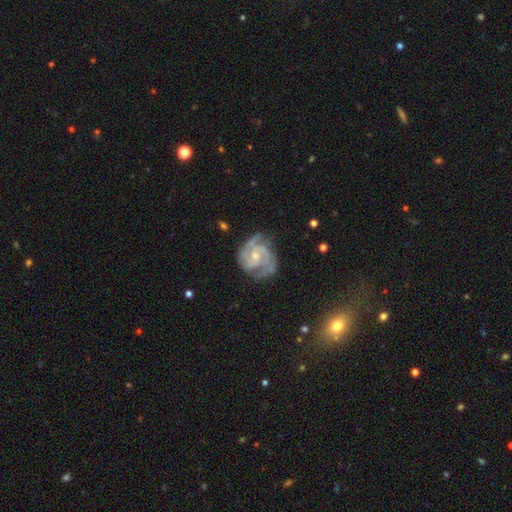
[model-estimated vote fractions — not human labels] A featured or disk galaxy (89%) with no bar (62%), 2 (39%) tight (48%) spiral arms (97%) and a small central bulge (57%).

Vote fractions:
- Smooth or featured? featured or disk: 89% / smooth: 6% / star or artifact: 5%
- Edge-on disk? no: 98% / yes: 2%
- Bar? no: 62% / weak: 32% / strong: 6%
- Spiral arms? yes: 97% / no: 3%
- Spiral winding? tight: 48% / medium: 44% / loose: 8%
- Spiral arm count? 2: 39% / 3: 37% / can't tell: 11% / 4: 5% / 1: 4% / more than 4: 4%
- Bulge size? small: 57% / moderate: 39% / none: 2% / large: 1% / dominant: 1%
- Merging? none: 68% / minor disturbance: 21% / major disturbance: 9% / merger: 2%